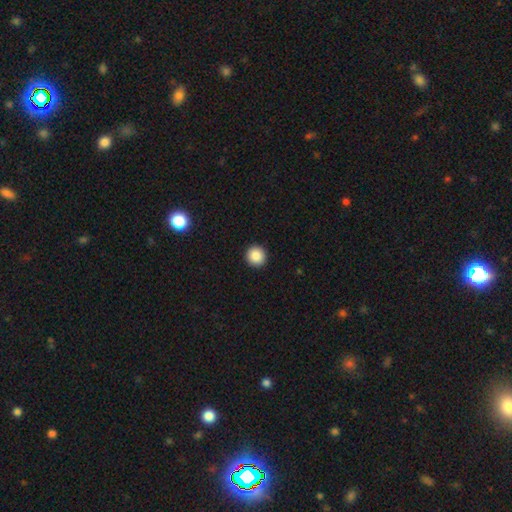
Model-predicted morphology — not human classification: A smooth galaxy with no disk features (87%) that is round (95%). Merging: none (93%).